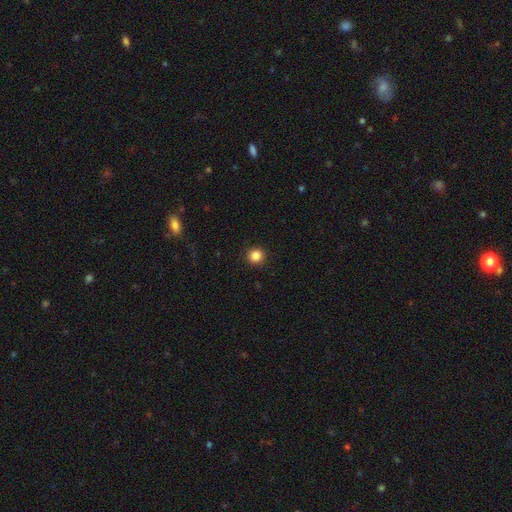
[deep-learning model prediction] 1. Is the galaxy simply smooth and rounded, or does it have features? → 85% smooth, 11% star or artifact, 4% featured or disk.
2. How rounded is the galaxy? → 95% round, 4% in between, 1% cigar-shaped.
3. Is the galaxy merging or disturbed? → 92% none, 5% minor disturbance, 2% major disturbance, 1% merger.